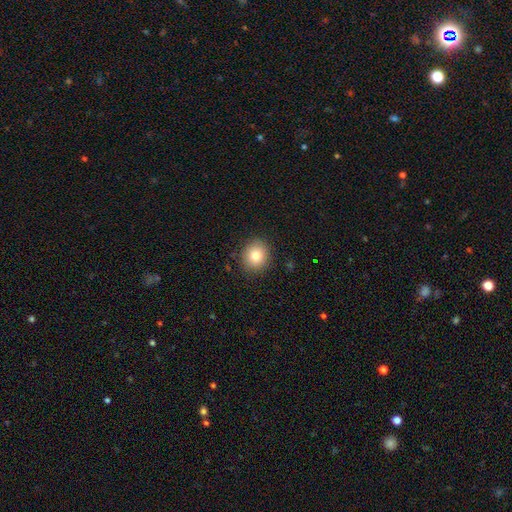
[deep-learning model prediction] smooth 81%, star or artifact 10%, featured or disk 9%. Down the decision tree: how rounded — round (79%); merging — none (89%).